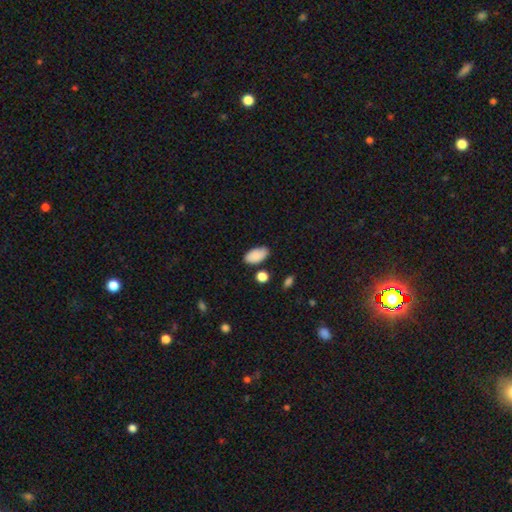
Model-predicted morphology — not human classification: The model was most divided on "merging": none: 81%, minor disturbance: 12%, merger: 4%, major disturbance: 3%. More confident: how rounded — in between (94%); smooth or featured — smooth (89%).